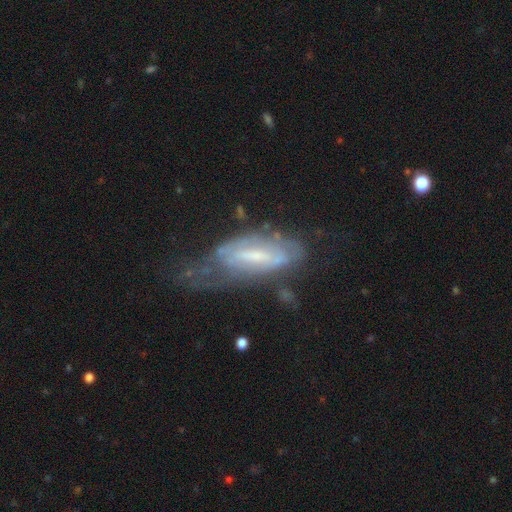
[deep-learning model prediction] Smooth or featured: featured or disk — 70% (smooth — 23%)
Edge-on disk: no — 82% (yes — 18%)
Bar: weak — 44% (strong — 32%)
Spiral arms: yes — 69% (no — 31%)
Bulge size: small — 43% (moderate — 39%)
Merging: none — 40% (minor disturbance — 30%)